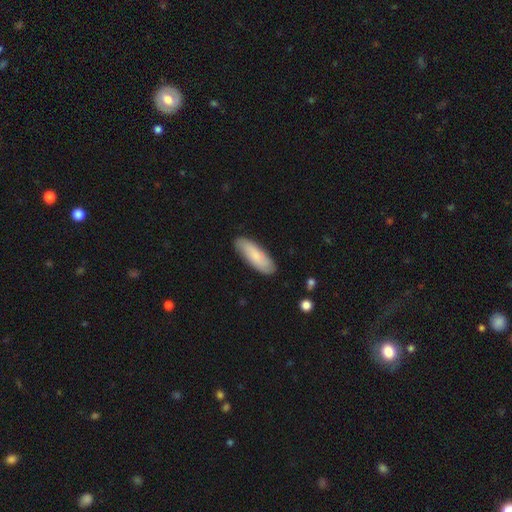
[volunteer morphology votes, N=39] Smooth or featured: smooth — 79% (featured or disk — 15%)
How rounded: in between — 58% (cigar-shaped — 42%)
Merging: none — 95% (minor disturbance — 5%)